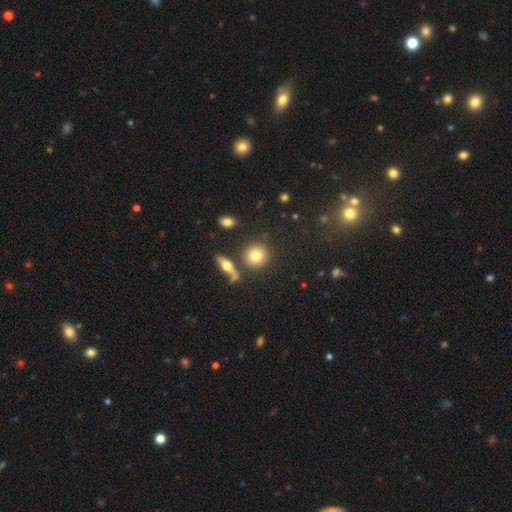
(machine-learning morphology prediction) Q: Smooth or featured?
A: smooth (78%); runner-up: featured or disk (13%)
Q: How rounded?
A: round (86%); runner-up: in between (12%)
Q: Merging?
A: none (76%); runner-up: merger (11%)